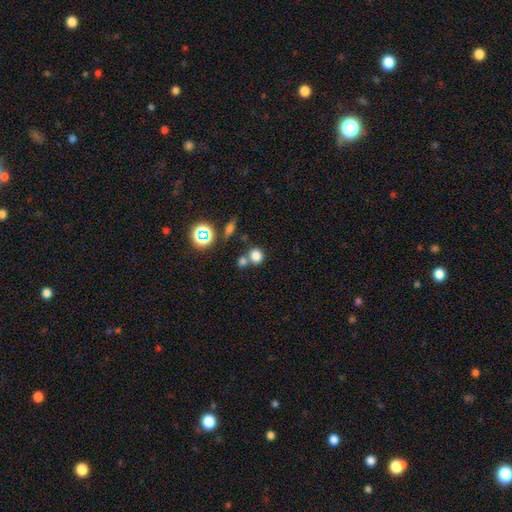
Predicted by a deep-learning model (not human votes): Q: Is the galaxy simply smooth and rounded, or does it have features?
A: smooth — 78%.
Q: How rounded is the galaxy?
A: round — 75%.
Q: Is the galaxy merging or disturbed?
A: none — 55%.